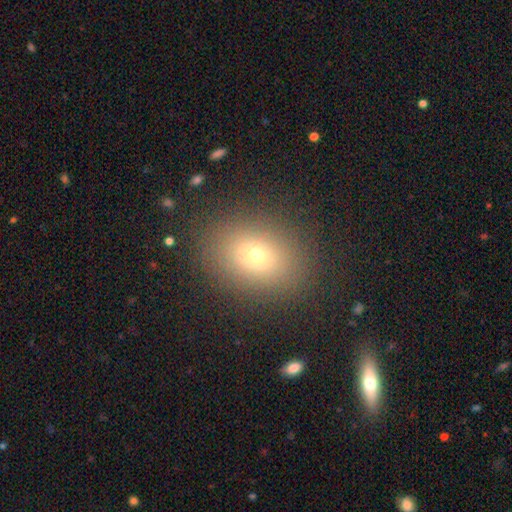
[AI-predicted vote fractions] Smooth or featured: smooth — 69% (star or artifact — 17%)
How rounded: in between — 64% (round — 34%)
Merging: none — 86% (minor disturbance — 9%)